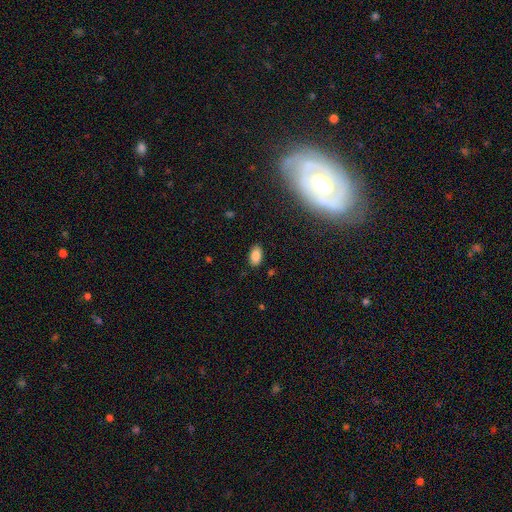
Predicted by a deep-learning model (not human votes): This appears to be a smooth galaxy with no disk features (85%) that is in between round and cigar-shaped (93%). Merging: none (86%).